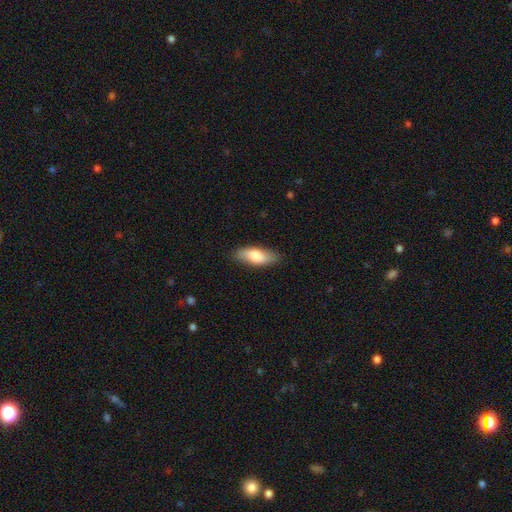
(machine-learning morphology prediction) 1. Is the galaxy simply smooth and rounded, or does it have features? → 75% smooth, 20% featured or disk, 6% star or artifact.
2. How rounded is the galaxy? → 74% in between, 24% cigar-shaped, 3% round.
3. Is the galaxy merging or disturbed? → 85% none, 12% minor disturbance, 2% major disturbance, 1% merger.